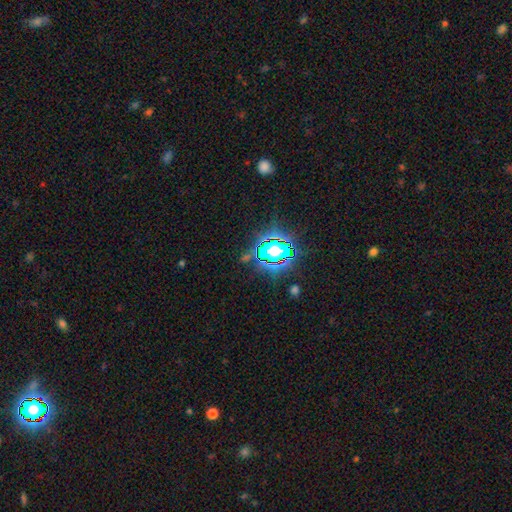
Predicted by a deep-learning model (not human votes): Overall: star or artifact (81%).